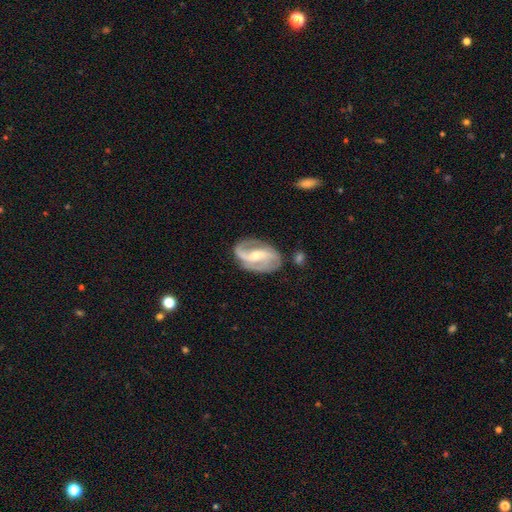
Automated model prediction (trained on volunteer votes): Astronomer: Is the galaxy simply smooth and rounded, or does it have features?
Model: featured or disk — 88%.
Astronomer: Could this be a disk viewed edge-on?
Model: no — 97%.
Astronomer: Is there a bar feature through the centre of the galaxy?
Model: strong — 37%, tied with weak at 37%.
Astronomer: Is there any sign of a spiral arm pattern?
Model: yes — 96%.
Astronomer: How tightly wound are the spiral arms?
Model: medium — 48% (runner-up: loose, 29%).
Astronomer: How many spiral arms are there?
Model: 2 — 78%.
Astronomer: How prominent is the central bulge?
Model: small — 53% (runner-up: moderate, 43%).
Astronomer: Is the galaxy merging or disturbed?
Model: none — 73%.